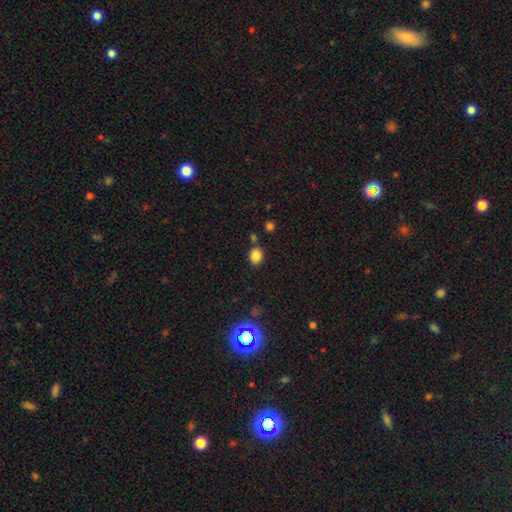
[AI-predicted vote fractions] A smooth galaxy with no disk features (82%) that is round (54%). Merging: none (77%).